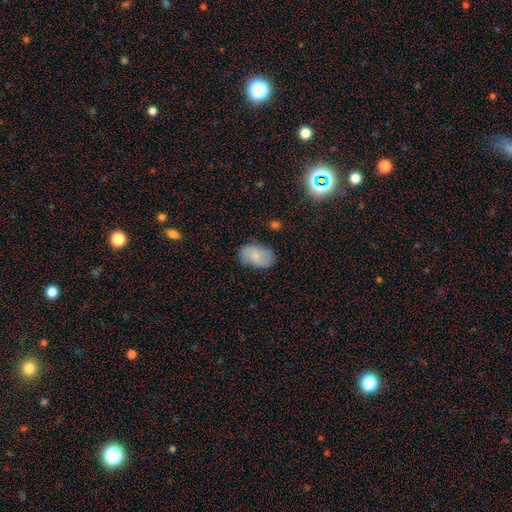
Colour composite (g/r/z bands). It shows a smooth galaxy with no disk features (81%) that is in between round and cigar-shaped (93%). Merging: none (69%).